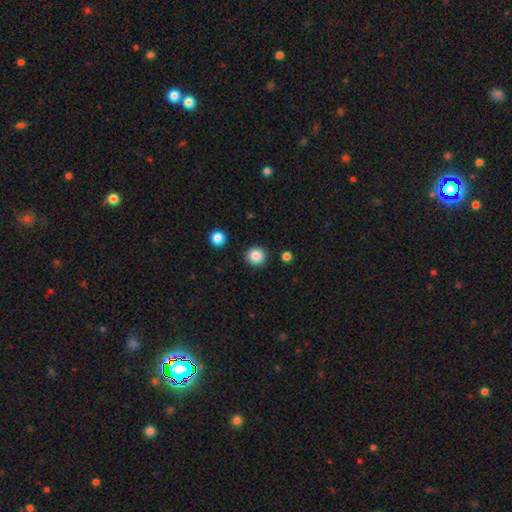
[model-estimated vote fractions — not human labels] This appears to be a smooth galaxy with no disk features (86%) that is round (93%). Merging: none (90%).